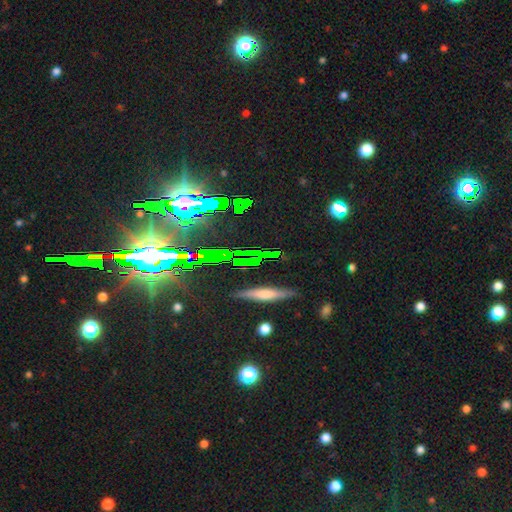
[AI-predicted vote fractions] Smooth or featured?
  - featured or disk: 42% *
  - star or artifact: 33%
  - smooth: 25%
Merging?
  - none: 85% *
  - minor disturbance: 10%
  - major disturbance: 3%
  - merger: 2%